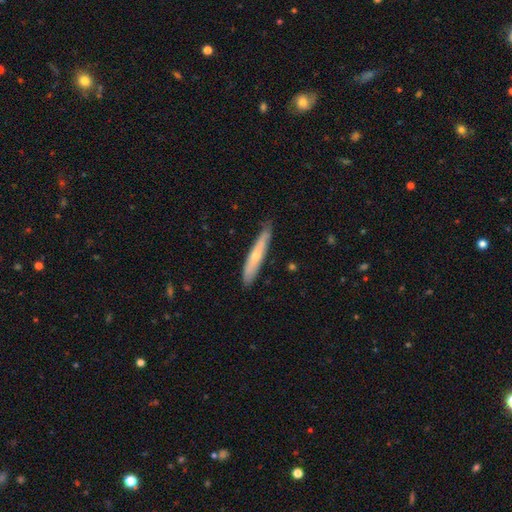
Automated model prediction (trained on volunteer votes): Smooth or featured: smooth — 51% (featured or disk — 43%)
How rounded: cigar-shaped — 91% (in between — 8%)
Merging: none — 78% (minor disturbance — 18%)